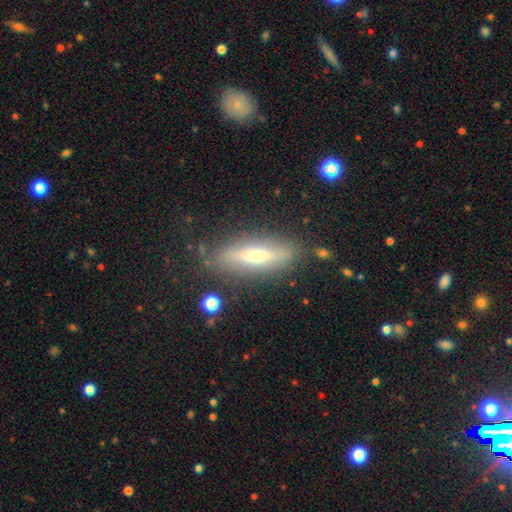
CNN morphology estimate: This appears to be a smooth galaxy with no disk features (47%). Merging: none (80%).